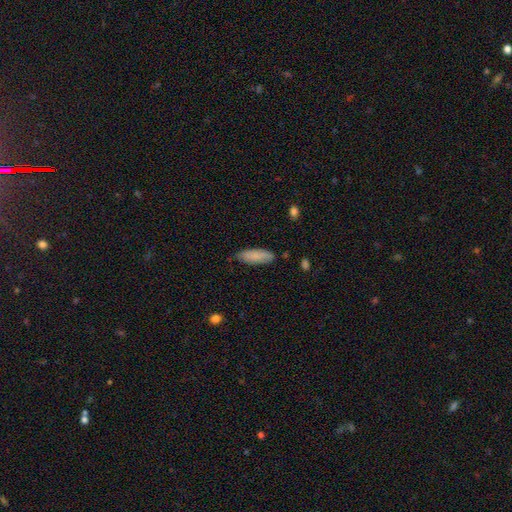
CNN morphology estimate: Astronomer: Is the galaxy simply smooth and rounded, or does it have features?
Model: smooth — 85%.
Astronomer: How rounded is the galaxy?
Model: in between — 55% (runner-up: cigar-shaped, 43%).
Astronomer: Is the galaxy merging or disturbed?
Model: none — 79%.